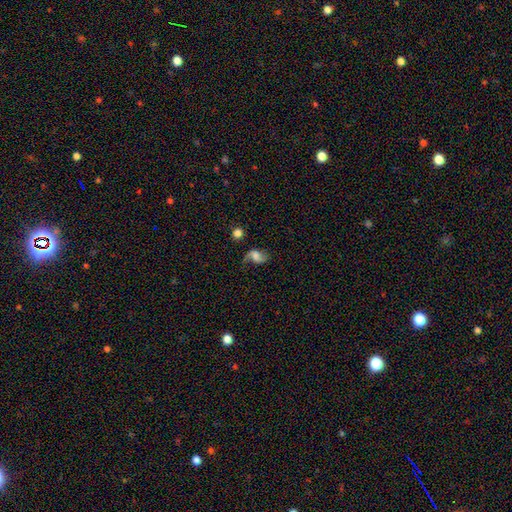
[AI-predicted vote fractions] The model was most divided on "bulge size": moderate: 35%, small: 24%, large: 18%, none: 18%, dominant: 4%. More confident: edge-on disk — no (97%); spiral arms — yes (93%); spiral arm count — 2 (77%); spiral winding — loose (73%); smooth or featured — featured or disk (66%); merging — none (56%); bar — no (51%).